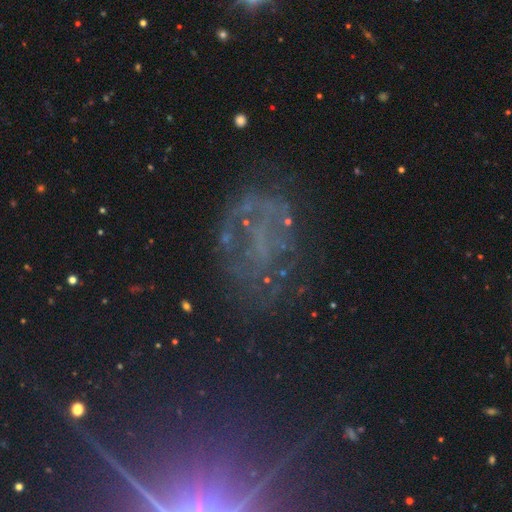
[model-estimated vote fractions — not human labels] The model was most divided on "smooth or featured": star or artifact: 46%, featured or disk: 38%, smooth: 17%.